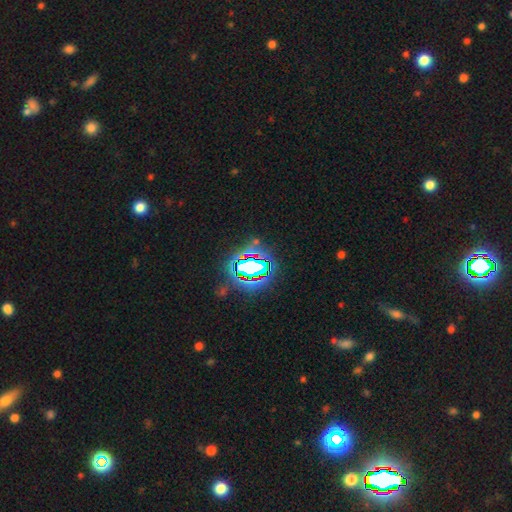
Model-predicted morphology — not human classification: Smooth or featured? star or artifact (80%)